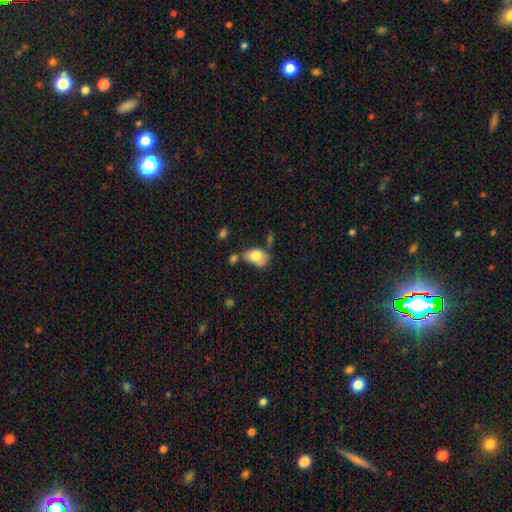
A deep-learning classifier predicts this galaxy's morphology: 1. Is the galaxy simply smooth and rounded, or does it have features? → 76% smooth, 17% featured or disk, 8% star or artifact.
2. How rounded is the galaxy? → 83% in between, 16% round, 1% cigar-shaped.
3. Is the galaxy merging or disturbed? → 35% none, 28% minor disturbance, 23% merger, 14% major disturbance.